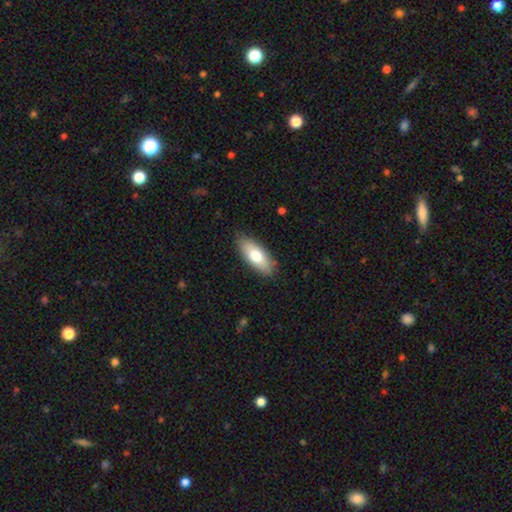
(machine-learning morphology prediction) This is likely a smooth galaxy (74%). How rounded: likely in between (79%). Merging: clearly none (86%).